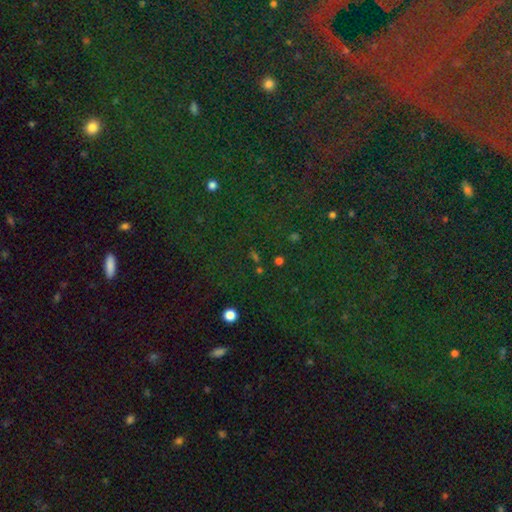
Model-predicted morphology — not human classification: A star or artifact, not a galaxy (78%).